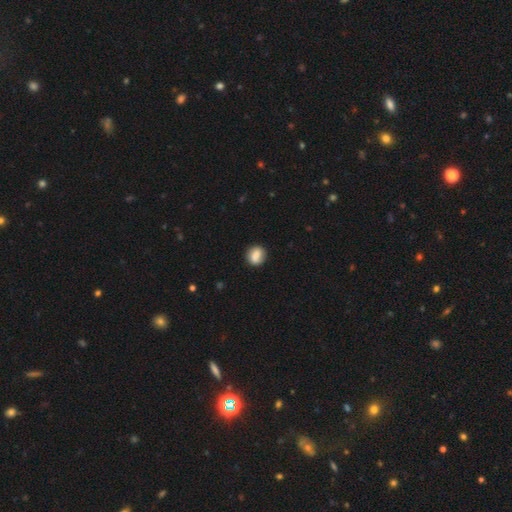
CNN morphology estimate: Overall: smooth (81%). How rounded: round (64%; in between 35%). Merging: none (83%).